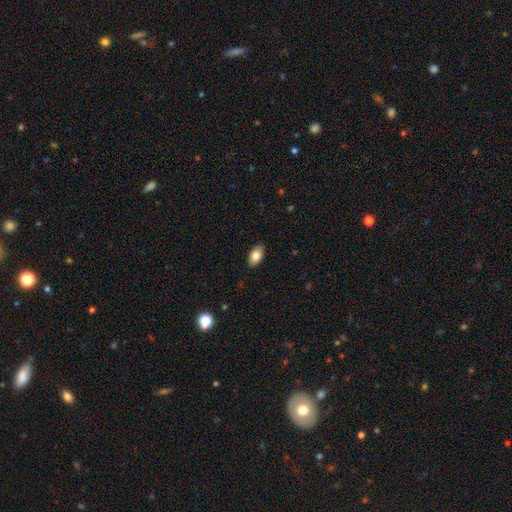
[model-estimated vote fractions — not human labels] A smooth galaxy with no disk features (83%) that is in between round and cigar-shaped (93%). Merging: none (88%).